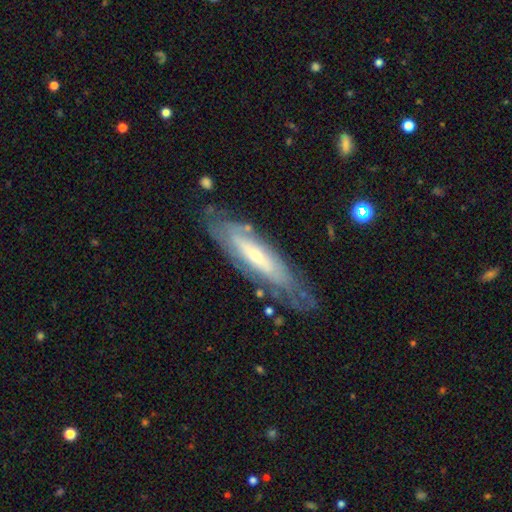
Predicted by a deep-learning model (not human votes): smooth-or-featured: featured or disk: 69% | smooth: 25% | star or artifact: 6%
  disk-edge-on: no: 61% | yes: 39%
  merging: none: 69% | minor disturbance: 20% | major disturbance: 8% | merger: 2%